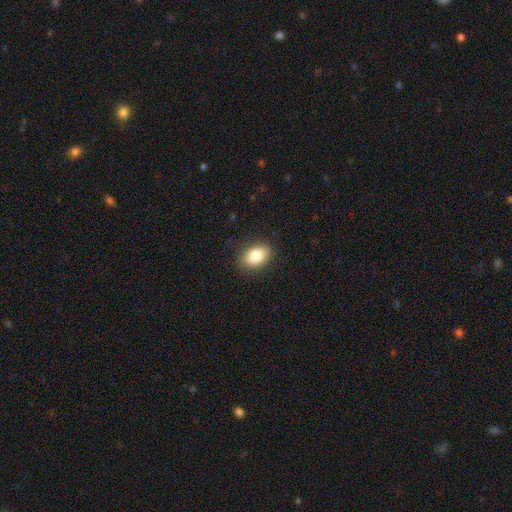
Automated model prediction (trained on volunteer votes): Morphology: type=smooth (85%); roundness=in between (84%); merging=none (87%).